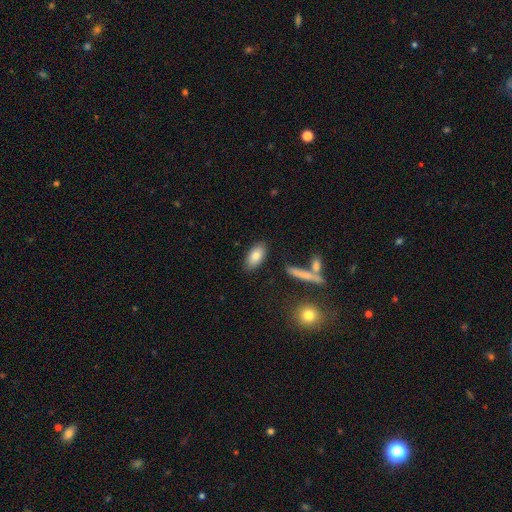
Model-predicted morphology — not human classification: smooth-or-featured: smooth: 80% | featured or disk: 12% | star or artifact: 7%
  how-rounded: in between: 90% | cigar-shaped: 7% | round: 3%
  merging: none: 83% | minor disturbance: 11% | merger: 4% | major disturbance: 3%